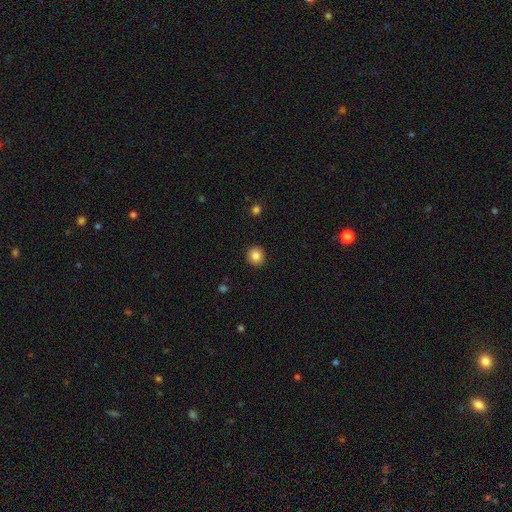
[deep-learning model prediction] Q: Smooth or featured?
A: smooth (85%); runner-up: star or artifact (10%)
Q: How rounded?
A: round (90%); runner-up: in between (9%)
Q: Merging?
A: none (92%); runner-up: minor disturbance (5%)